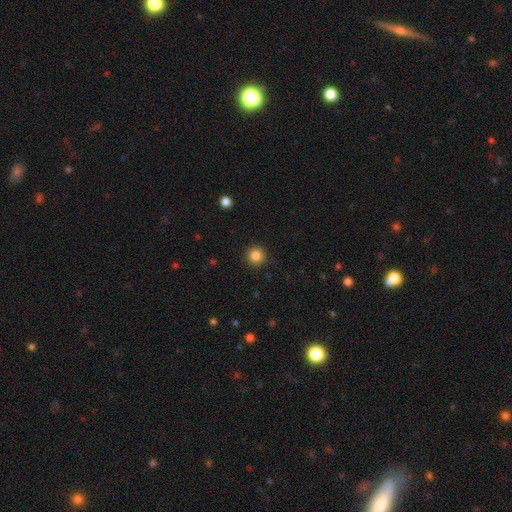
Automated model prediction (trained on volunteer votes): Smooth or featured: smooth — 85% (star or artifact — 11%)
How rounded: round — 95% (in between — 4%)
Merging: none — 91% (minor disturbance — 6%)